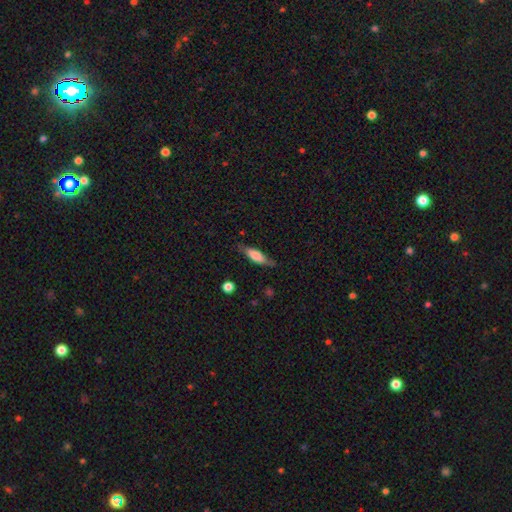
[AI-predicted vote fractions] This appears to be a smooth galaxy with no disk features (62%) that is cigar-shaped (57%). Merging: none (74%).